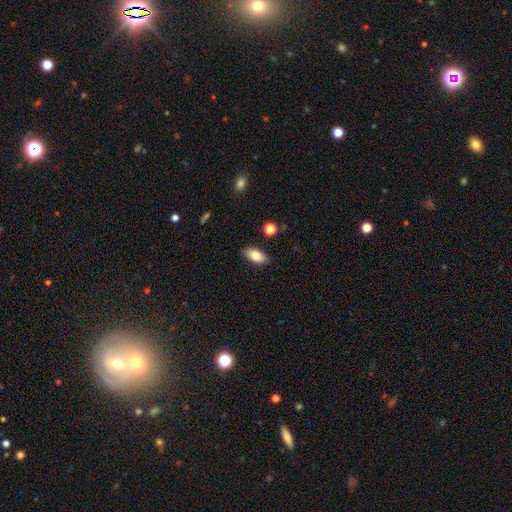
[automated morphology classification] A smooth galaxy with no disk features (84%) that is in between round and cigar-shaped (90%). Merging: none (86%).